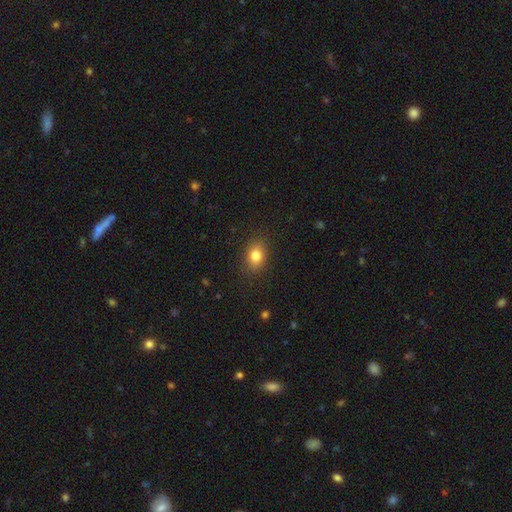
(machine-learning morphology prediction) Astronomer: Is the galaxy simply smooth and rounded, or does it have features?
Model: smooth — 82%.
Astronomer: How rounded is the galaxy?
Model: in between — 63%.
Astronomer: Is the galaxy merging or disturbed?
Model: none — 87%.